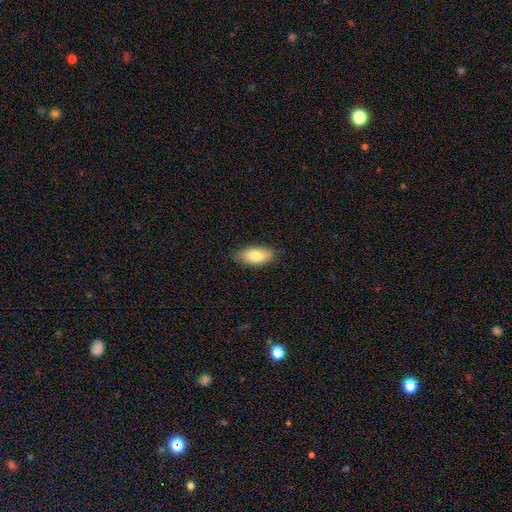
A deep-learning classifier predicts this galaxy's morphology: A smooth galaxy with no disk features (80%) that is in between round and cigar-shaped (88%).

Vote fractions:
- Smooth or featured? smooth: 80% / featured or disk: 13% / star or artifact: 7%
- How rounded? in between: 88% / cigar-shaped: 9% / round: 3%
- Merging? none: 84% / minor disturbance: 13% / major disturbance: 2% / merger: 1%